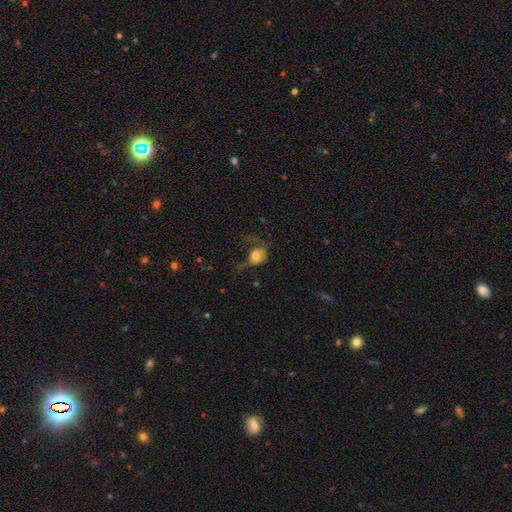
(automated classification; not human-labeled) Smooth or featured?
  - smooth: 71% *
  - featured or disk: 19%
  - star or artifact: 10%
How rounded?
  - round: 55% *
  - in between: 43%
  - cigar-shaped: 1%
Merging?
  - major disturbance: 49% *
  - none: 25%
  - minor disturbance: 22%
  - merger: 3%